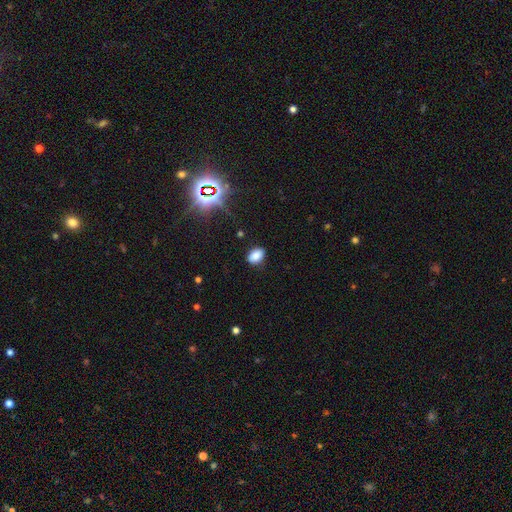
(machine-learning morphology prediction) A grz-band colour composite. It shows a smooth galaxy with no disk features (82%) that is in between round and cigar-shaped (82%). Merging: none (85%).